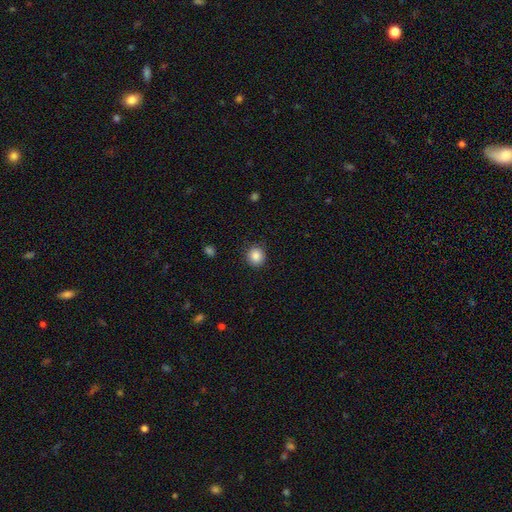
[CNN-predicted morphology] This appears to be a smooth galaxy with no disk features (86%) that is round (89%). Merging: none (90%).